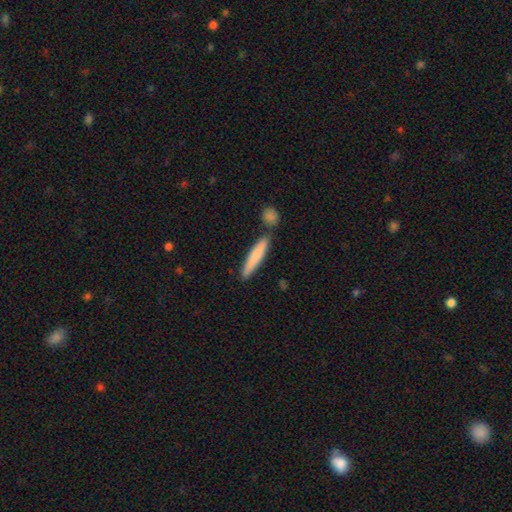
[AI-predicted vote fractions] smooth-or-featured: smooth: 76% | featured or disk: 19% | star or artifact: 5%
  how-rounded: cigar-shaped: 91% | in between: 8% | round: 1%
  merging: none: 77% | minor disturbance: 11% | merger: 10% | major disturbance: 2%